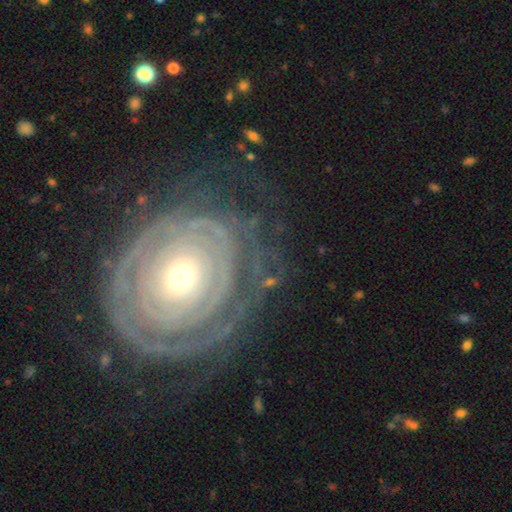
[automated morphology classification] smooth-or-featured: featured or disk: 84% | smooth: 9% | star or artifact: 7%
  disk-edge-on: no: 96% | yes: 4%
    bar: no: 81% | weak: 12% | strong: 7%
    has-spiral-arms: yes: 87% | no: 13%
      spiral-winding: tight: 85% | medium: 11% | loose: 4%
      spiral-arm-count: can't tell: 41% | 2: 15% | more than 4: 14% | 3: 11% | 4: 11% | 1: 7%
    bulge-size: small: 55% | moderate: 39% | large: 4% | dominant: 1% | none: 1%
  merging: none: 70% | minor disturbance: 15% | major disturbance: 13% | merger: 2%